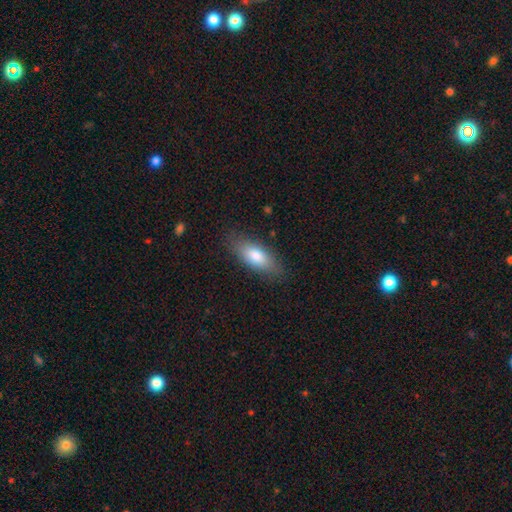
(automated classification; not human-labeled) This appears to be a smooth galaxy with no disk features (78%) that is in between round and cigar-shaped (74%). Merging: none (82%).